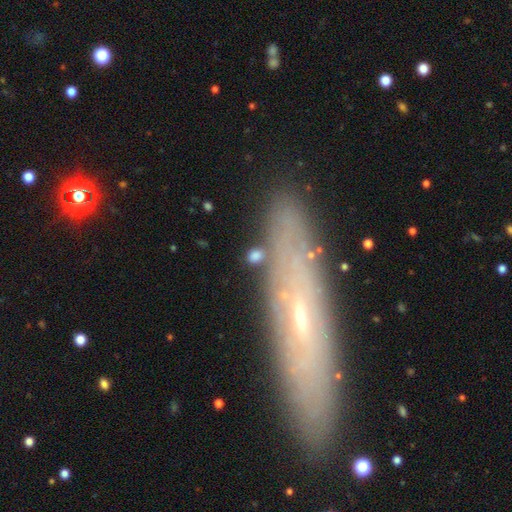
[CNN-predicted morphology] Smooth or featured? smooth (67%)
How rounded? in between (50%)
Merging? none (71%)